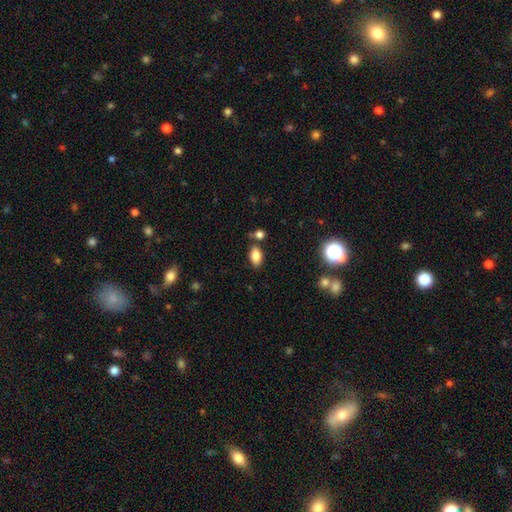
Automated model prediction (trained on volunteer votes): smooth 83%, star or artifact 9%, featured or disk 8%. Down the decision tree: how rounded — in between (91%); merging — none (72%).